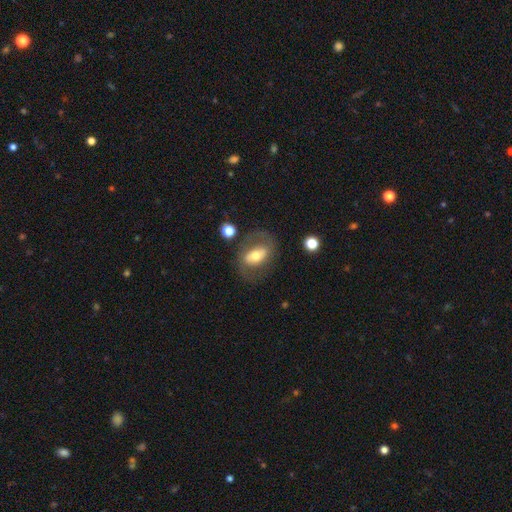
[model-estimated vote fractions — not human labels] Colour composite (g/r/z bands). It shows a featured or disk galaxy (50%). Merging: none (66%).